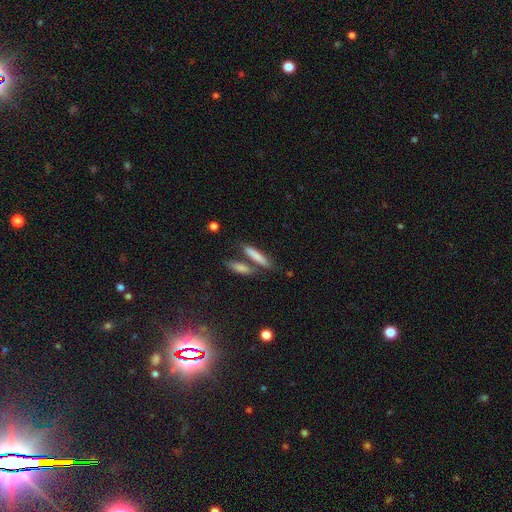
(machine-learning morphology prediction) A smooth galaxy with no disk features (79%) that is cigar-shaped (79%). Merging: none (62%).